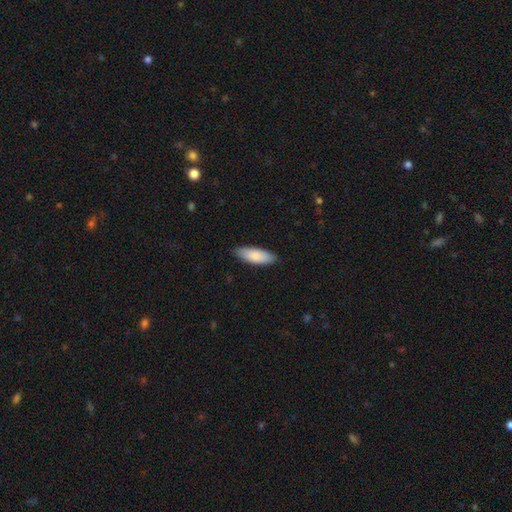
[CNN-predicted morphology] Smooth or featured?
  - smooth: 84% *
  - featured or disk: 11%
  - star or artifact: 5%
How rounded?
  - in between: 69% *
  - cigar-shaped: 29%
  - round: 2%
Merging?
  - none: 85% *
  - minor disturbance: 12%
  - major disturbance: 2%
  - merger: 1%